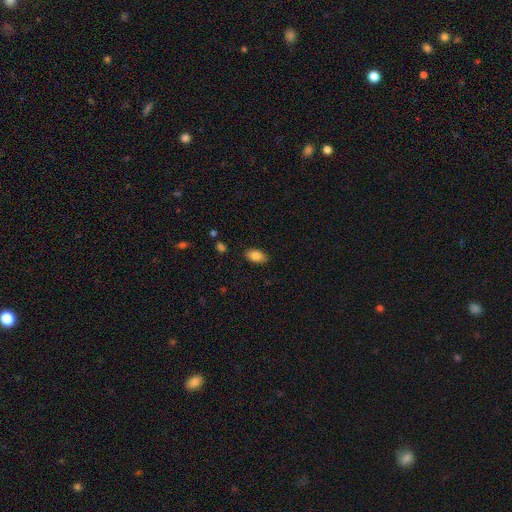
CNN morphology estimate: Overall: smooth (83%). How rounded: in between (92%). Merging: none (86%).